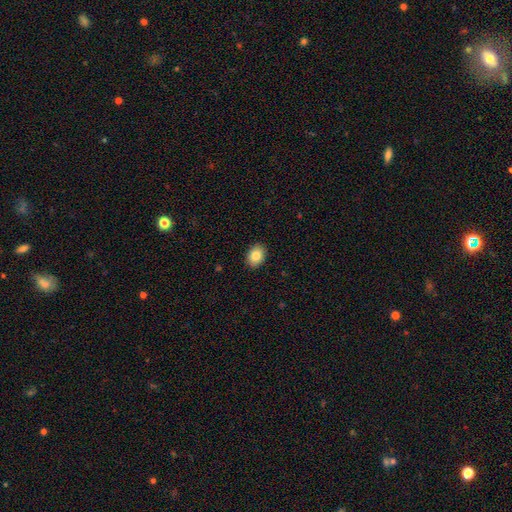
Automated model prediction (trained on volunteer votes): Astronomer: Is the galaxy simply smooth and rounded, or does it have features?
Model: smooth — 85%.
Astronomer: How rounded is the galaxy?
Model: in between — 75%.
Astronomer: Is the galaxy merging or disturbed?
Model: none — 90%.